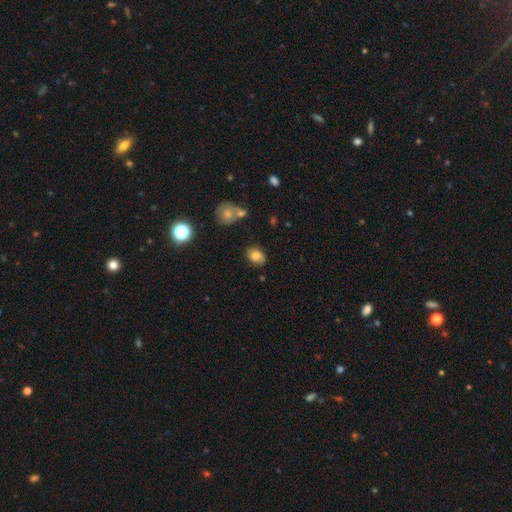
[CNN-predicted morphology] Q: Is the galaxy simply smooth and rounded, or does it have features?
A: smooth — 78%.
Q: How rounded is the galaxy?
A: in between — 68%.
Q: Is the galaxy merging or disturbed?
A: none — 78%.